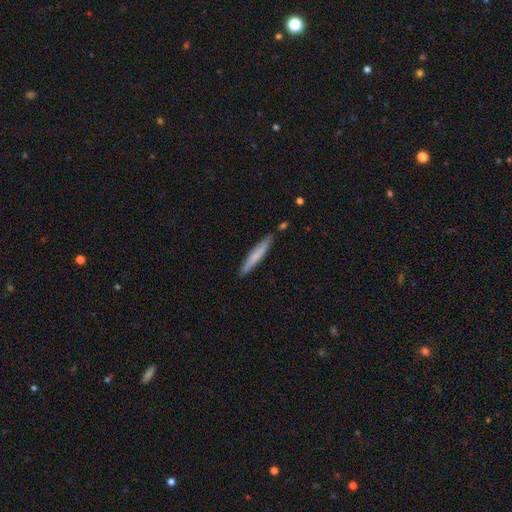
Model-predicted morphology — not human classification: A smooth galaxy with no disk features (68%) that is cigar-shaped (94%). Merging: none (85%).